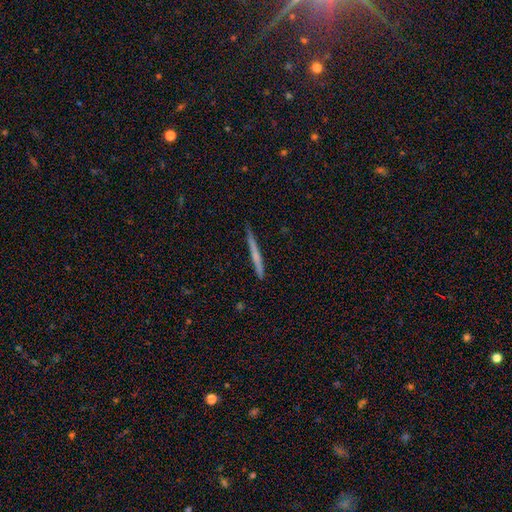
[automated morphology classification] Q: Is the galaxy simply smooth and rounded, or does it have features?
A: smooth — 49%.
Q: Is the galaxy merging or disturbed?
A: none — 90%.